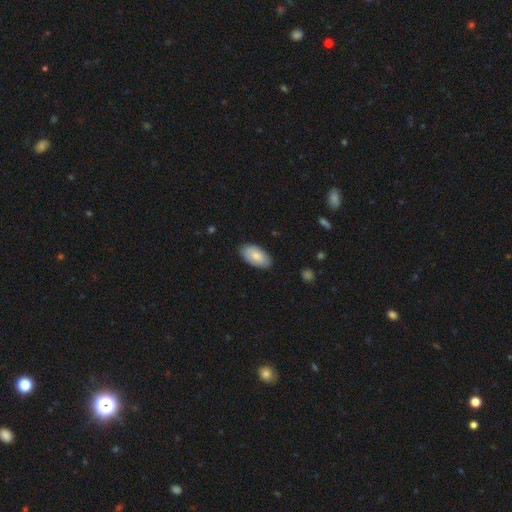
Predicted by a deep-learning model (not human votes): A smooth galaxy with no disk features (78%) that is in between round and cigar-shaped (95%). Merging: none (84%).